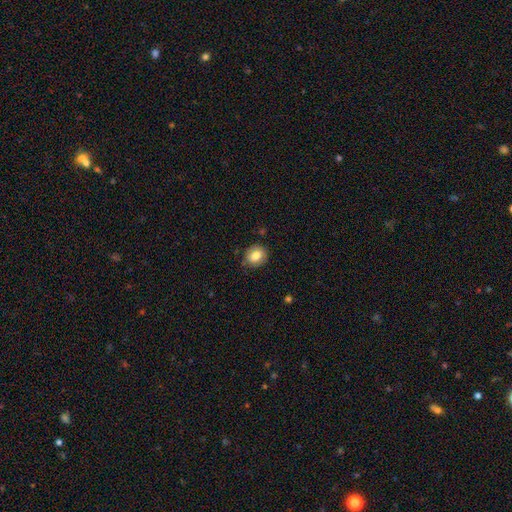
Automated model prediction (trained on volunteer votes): smooth 81%, featured or disk 11%, star or artifact 9%. Down the decision tree: how rounded — round (70%); merging — none (84%).